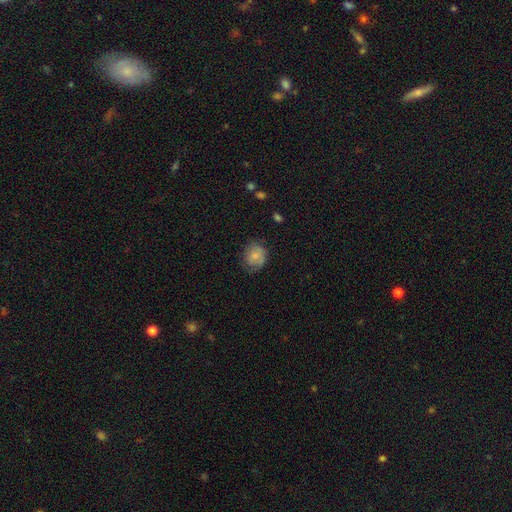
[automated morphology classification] A smooth galaxy with no disk features (73%) that is round (71%). Merging: none (65%).